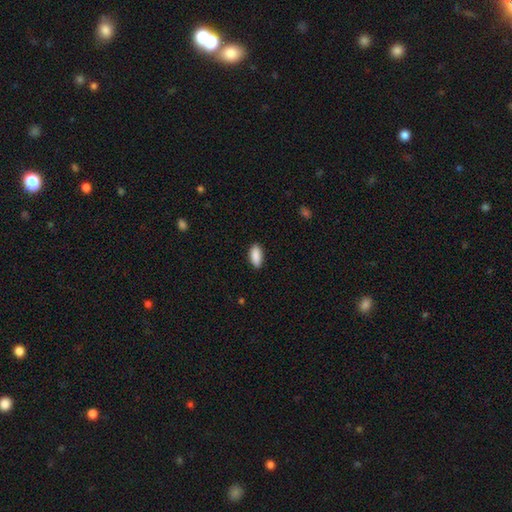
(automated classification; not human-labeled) Morphology: type=smooth (90%); roundness=in between (86%); merging=none (87%).